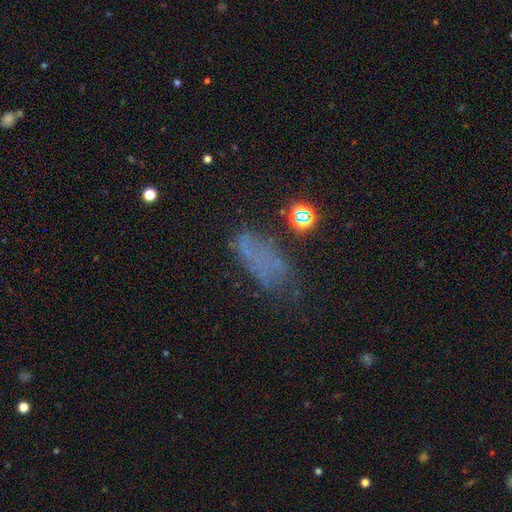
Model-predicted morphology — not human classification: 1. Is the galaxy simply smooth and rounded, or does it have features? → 46% smooth, 29% featured or disk, 25% star or artifact.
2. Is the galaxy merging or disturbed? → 45% none, 25% major disturbance, 24% minor disturbance, 6% merger.